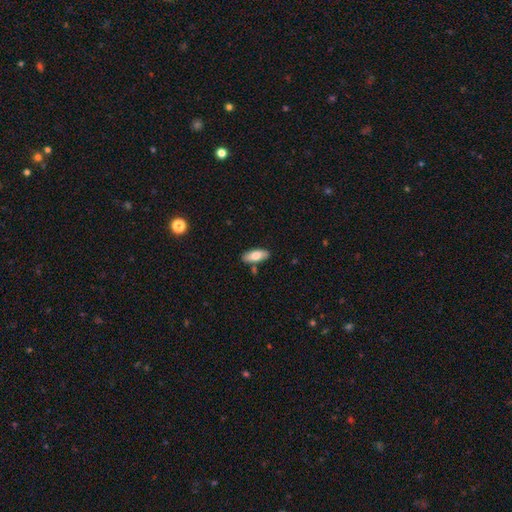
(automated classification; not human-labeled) Q: Smooth or featured?
A: smooth (76%); runner-up: featured or disk (18%)
Q: How rounded?
A: in between (83%); runner-up: cigar-shaped (15%)
Q: Merging?
A: none (81%); runner-up: minor disturbance (12%)